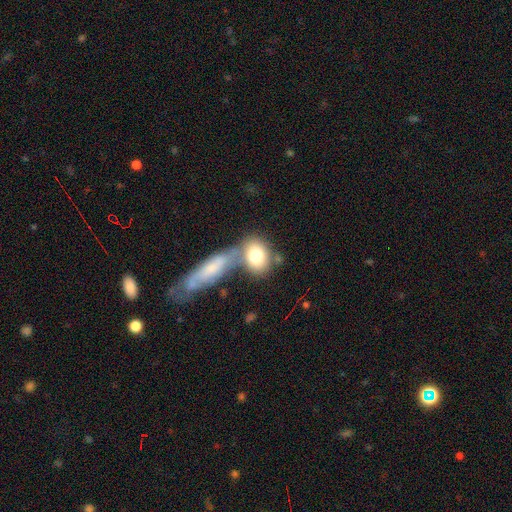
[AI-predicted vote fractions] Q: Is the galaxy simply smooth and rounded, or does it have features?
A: smooth — 76%.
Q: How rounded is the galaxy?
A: in between — 62%.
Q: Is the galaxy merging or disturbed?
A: none — 42%.